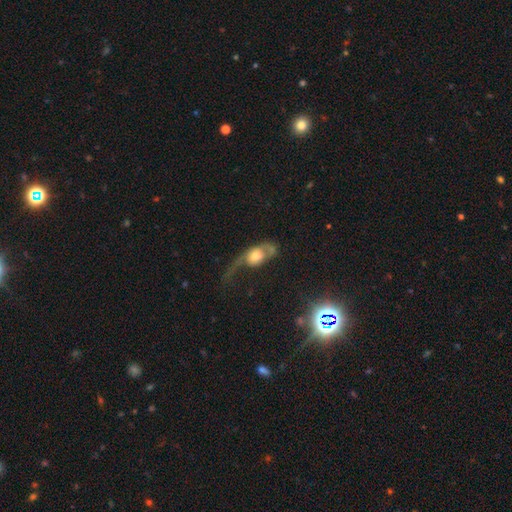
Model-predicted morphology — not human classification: Smooth or featured? featured or disk (47%)
Merging? major disturbance (59%)